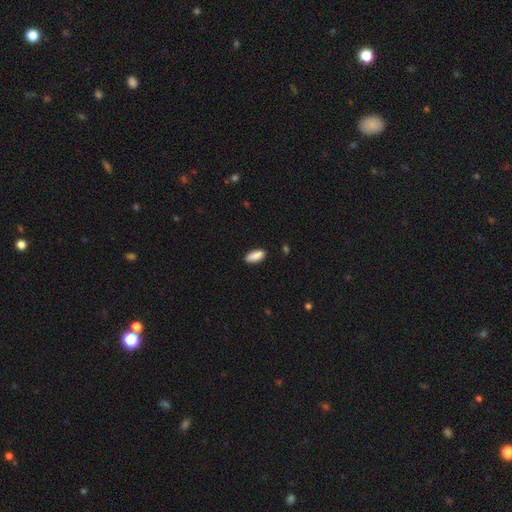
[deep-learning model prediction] Smooth or featured: smooth — 89% (star or artifact — 7%)
How rounded: in between — 82% (cigar-shaped — 16%)
Merging: none — 84% (minor disturbance — 12%)